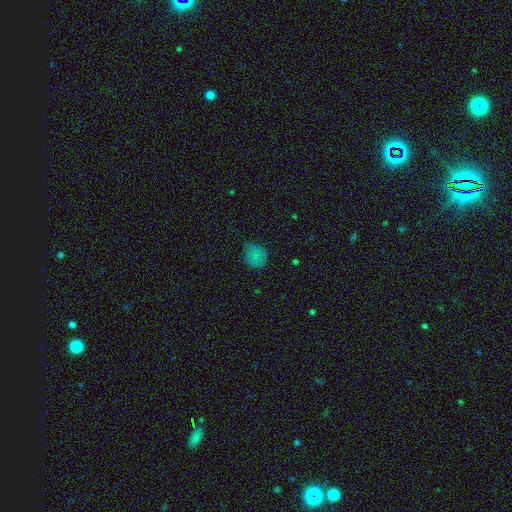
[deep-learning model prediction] Q: Smooth or featured?
A: smooth (74%); runner-up: star or artifact (16%)
Q: How rounded?
A: round (76%); runner-up: in between (23%)
Q: Merging?
A: none (58%); runner-up: minor disturbance (31%)